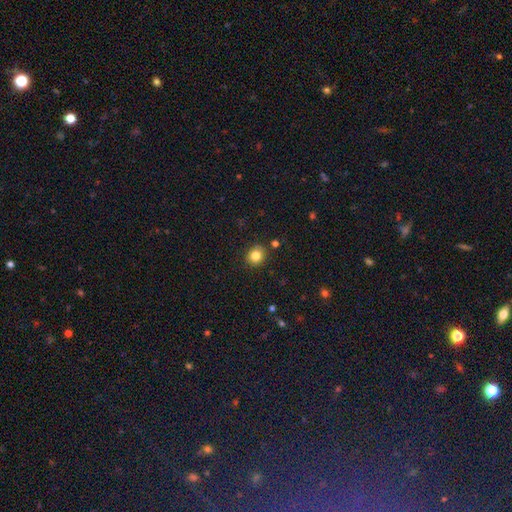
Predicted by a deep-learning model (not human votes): Smooth or featured: smooth — 82% (star or artifact — 11%)
How rounded: round — 71% (in between — 28%)
Merging: none — 86% (minor disturbance — 9%)